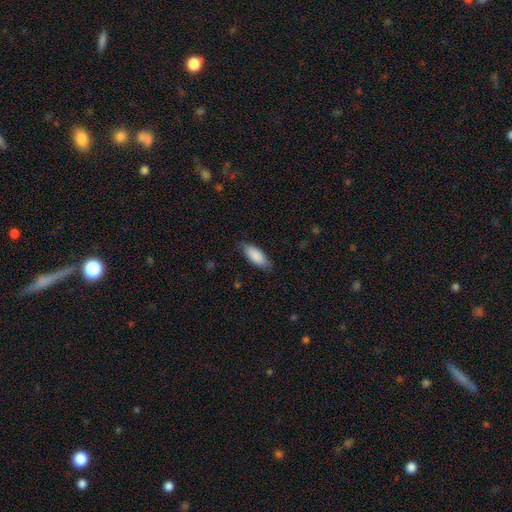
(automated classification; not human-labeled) Smooth or featured? smooth (87%)
How rounded? in between (81%)
Merging? none (77%)